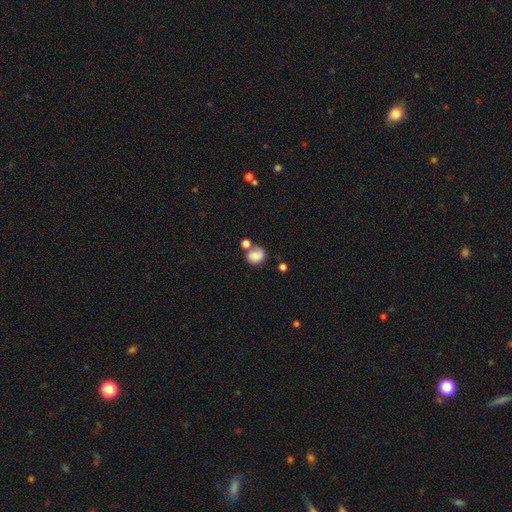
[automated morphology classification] Overall: smooth (74%). How rounded: round (61%; in between 38%). Merging: none (37%; merger 33%).